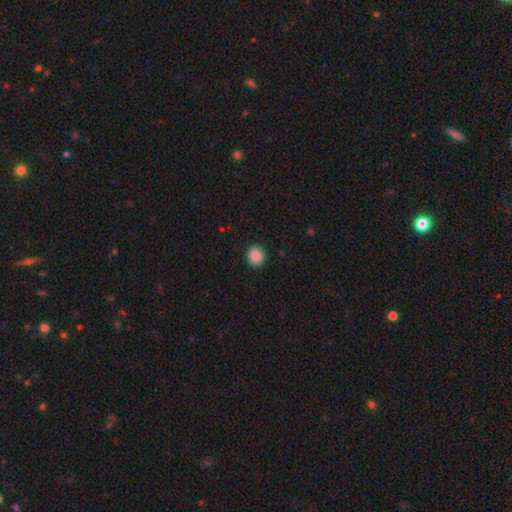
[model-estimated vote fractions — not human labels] smooth 89%, star or artifact 9%, featured or disk 2%. Down the decision tree: how rounded — round (83%); merging — none (91%).